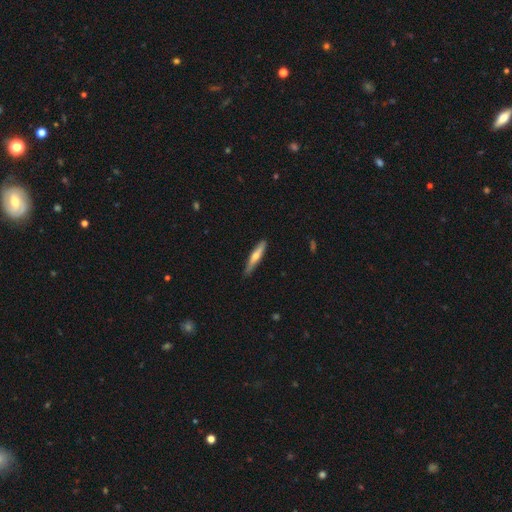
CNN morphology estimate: The model was most divided on "smooth or featured": smooth: 49%, featured or disk: 46%, star or artifact: 6%. More confident: merging — none (86%).